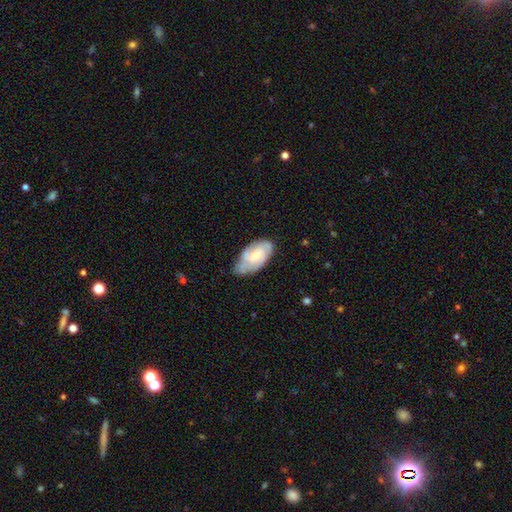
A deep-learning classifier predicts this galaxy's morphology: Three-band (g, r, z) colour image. It shows a featured or disk galaxy (57%) with no bar (63%), spiral arms (84%) and a small central bulge (51%). Merging: none (54%).